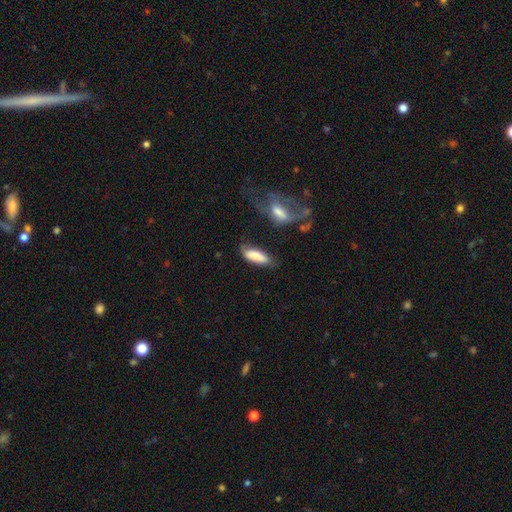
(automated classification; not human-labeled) Smooth or featured: smooth — 82% (featured or disk — 11%)
How rounded: in between — 61% (cigar-shaped — 37%)
Merging: none — 57% (minor disturbance — 26%)